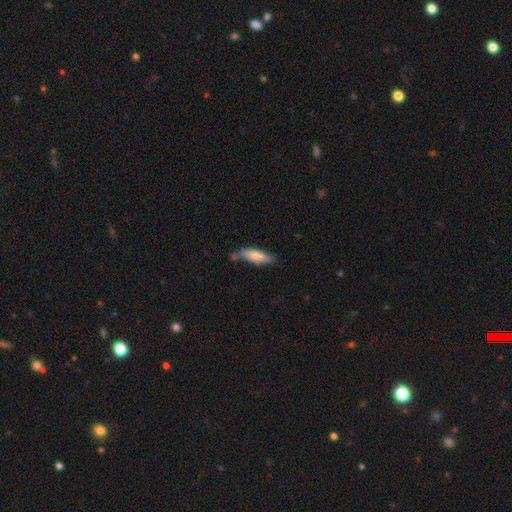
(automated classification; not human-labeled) smooth 75%, featured or disk 19%, star or artifact 6%. Down the decision tree: how rounded — cigar-shaped (66%); merging — none (68%).